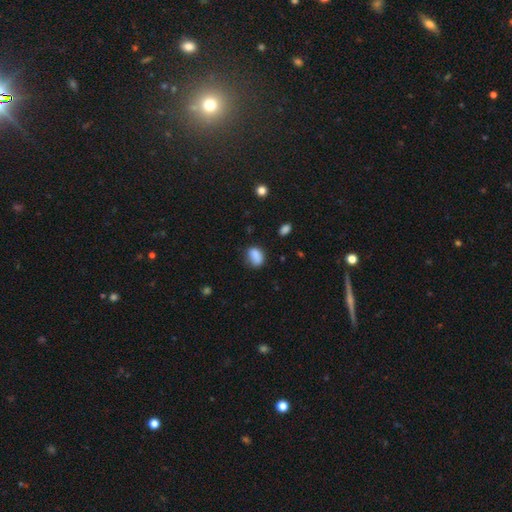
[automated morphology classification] A smooth galaxy with no disk features (84%) that is in between round and cigar-shaped (72%). Merging: none (60%).